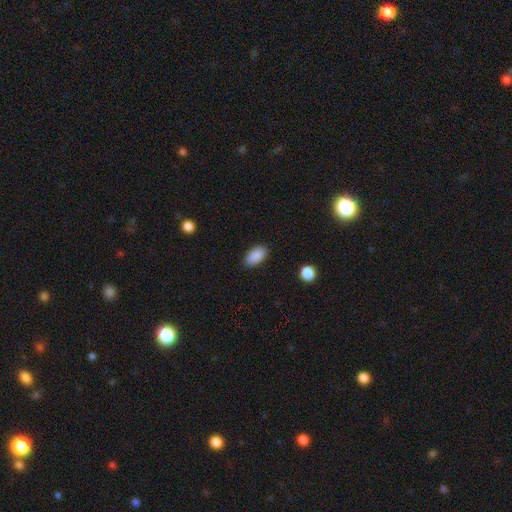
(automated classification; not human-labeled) Smooth or featured: smooth — 89% (star or artifact — 7%)
How rounded: in between — 93% (round — 4%)
Merging: none — 87% (minor disturbance — 9%)